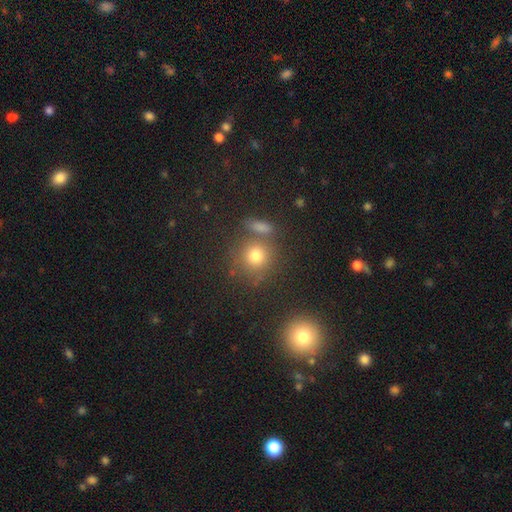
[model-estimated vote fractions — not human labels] smooth 74%, star or artifact 17%, featured or disk 10%. Down the decision tree: how rounded — round (87%); merging — none (70%).